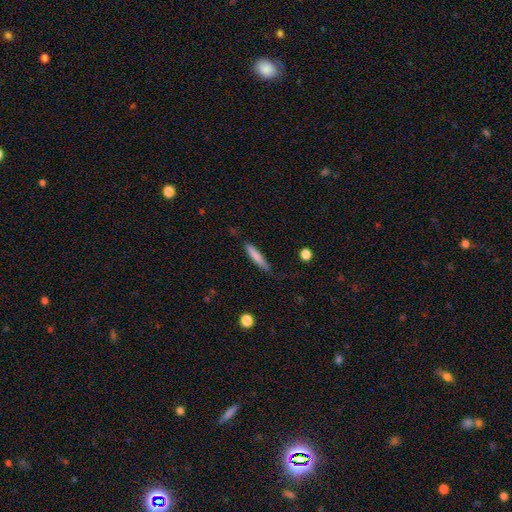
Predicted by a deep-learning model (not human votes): Smooth or featured? Predicted: smooth (p=0.79). How rounded? Predicted: cigar-shaped (p=0.90). Merging? Predicted: none (p=0.78).